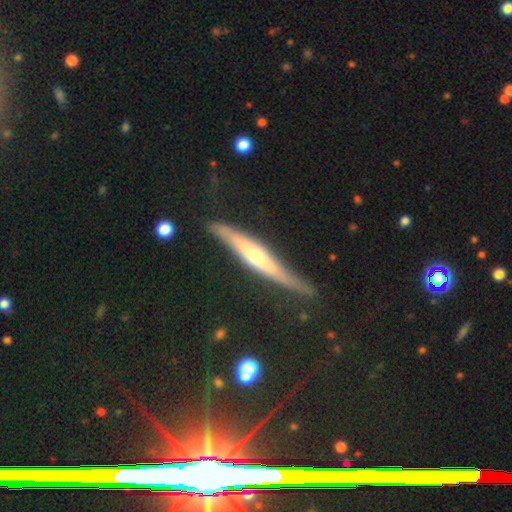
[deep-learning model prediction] featured or disk 66%, smooth 28%, star or artifact 6%. Down the decision tree: edge-on disk — yes (90%); edge-on bulge — rounded (67%); merging — none (70%).